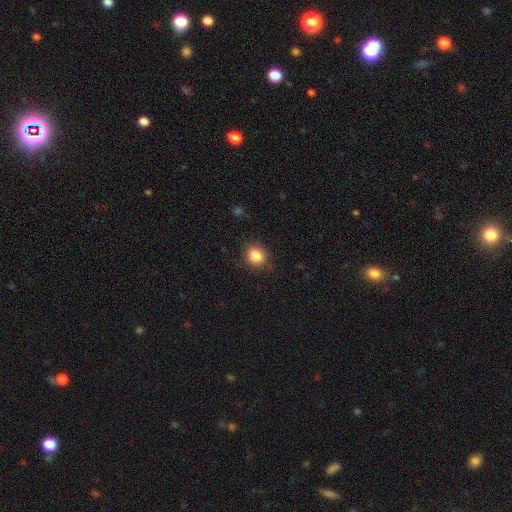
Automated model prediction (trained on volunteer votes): A smooth galaxy with no disk features (86%) that is round (63%). Merging: none (83%).